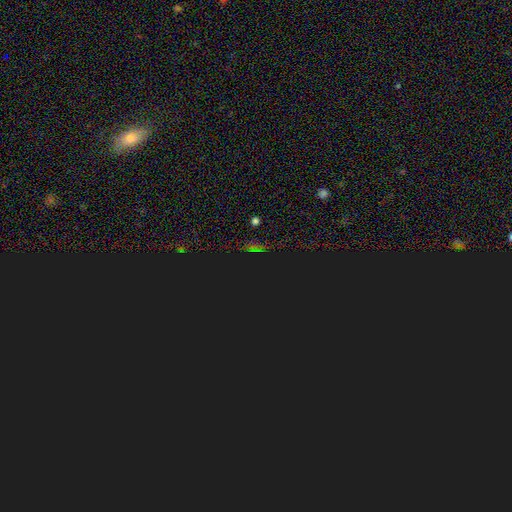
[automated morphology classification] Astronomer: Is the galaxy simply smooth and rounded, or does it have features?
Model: star or artifact — 77%.